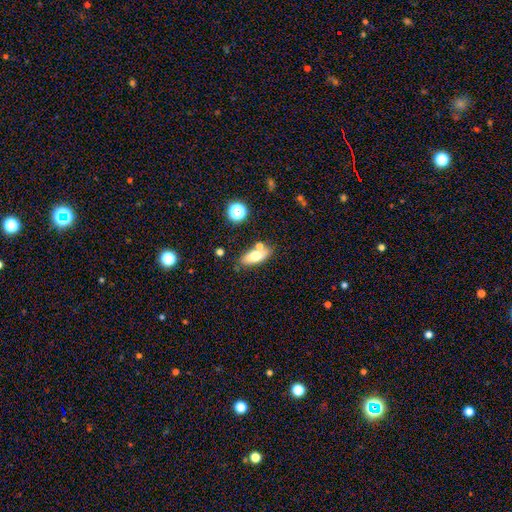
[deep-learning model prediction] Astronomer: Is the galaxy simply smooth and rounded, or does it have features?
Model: smooth — 67%.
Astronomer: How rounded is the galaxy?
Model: in between — 75%.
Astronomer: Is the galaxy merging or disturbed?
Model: none — 69%.